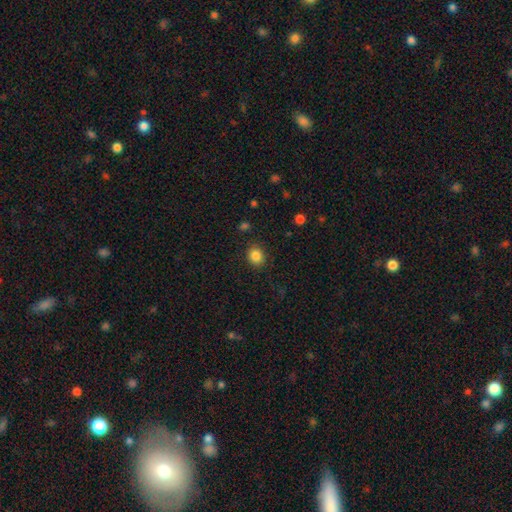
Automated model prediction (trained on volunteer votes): Q: Smooth or featured?
A: smooth (85%); runner-up: star or artifact (10%)
Q: How rounded?
A: round (70%); runner-up: in between (29%)
Q: Merging?
A: none (89%); runner-up: minor disturbance (8%)